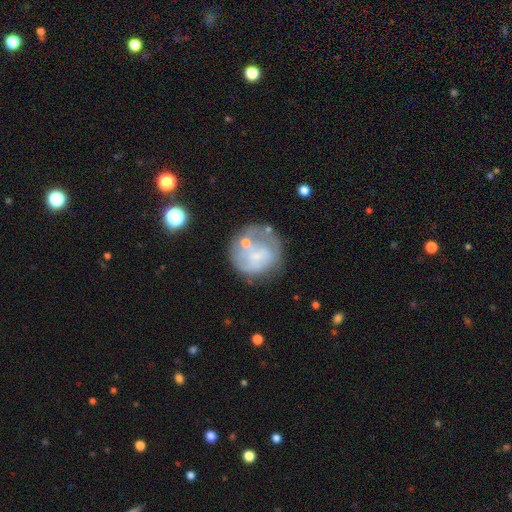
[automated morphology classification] Overall: featured or disk (47%; smooth 44%). Merging: none (50%; minor disturbance 22%).